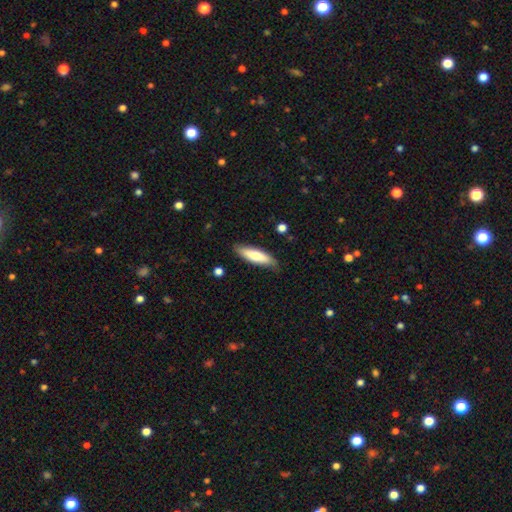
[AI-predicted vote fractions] Smooth or featured: smooth — 73% (featured or disk — 21%)
How rounded: cigar-shaped — 59% (in between — 40%)
Merging: none — 79% (minor disturbance — 17%)